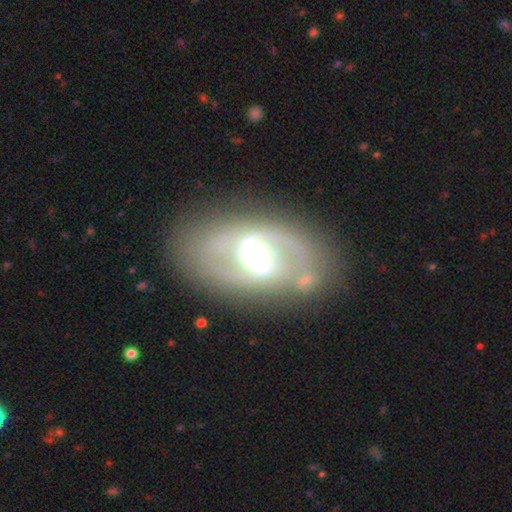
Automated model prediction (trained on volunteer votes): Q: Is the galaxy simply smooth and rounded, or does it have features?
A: featured or disk — 80%.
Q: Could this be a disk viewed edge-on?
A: no — 95%.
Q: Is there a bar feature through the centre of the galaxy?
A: weak — 45%.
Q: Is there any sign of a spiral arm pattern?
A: yes — 84%.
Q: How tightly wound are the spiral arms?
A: medium — 47%.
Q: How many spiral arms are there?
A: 2 — 85%.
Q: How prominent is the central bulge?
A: moderate — 61%.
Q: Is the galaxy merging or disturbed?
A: none — 76%.